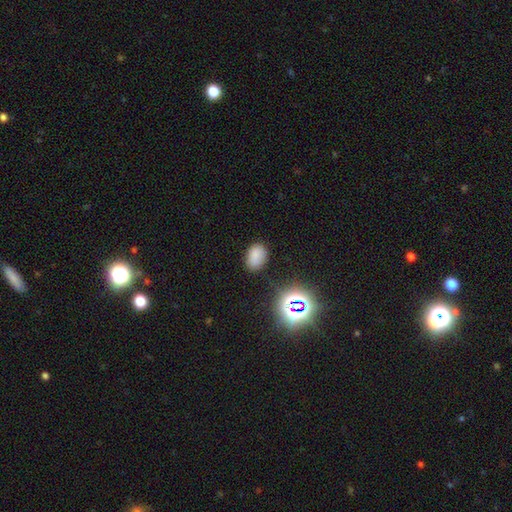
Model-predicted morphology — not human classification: The model was most divided on "smooth or featured": smooth: 77%, star or artifact: 17%, featured or disk: 6%. More confident: how rounded — in between (85%); merging — none (79%).